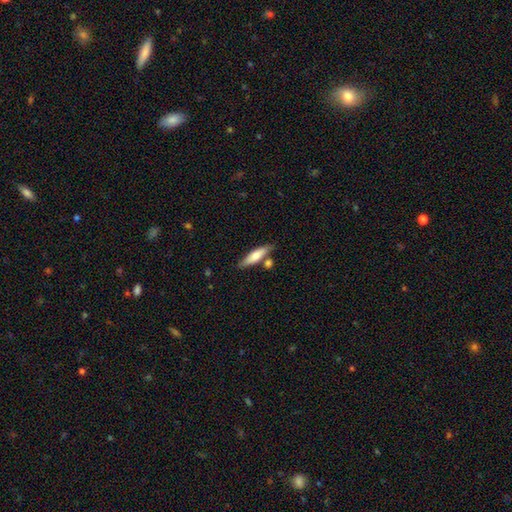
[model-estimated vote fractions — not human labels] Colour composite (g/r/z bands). It shows a smooth galaxy with no disk features (68%) that is cigar-shaped (68%). Merging: none (70%).